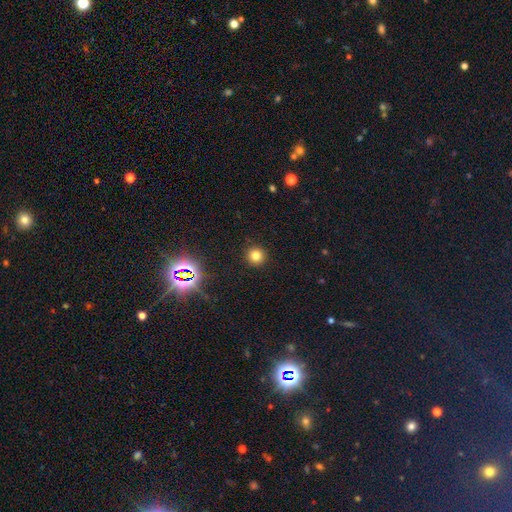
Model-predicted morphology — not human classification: This appears to be a smooth galaxy with no disk features (77%) that is round (94%). Merging: none (92%).